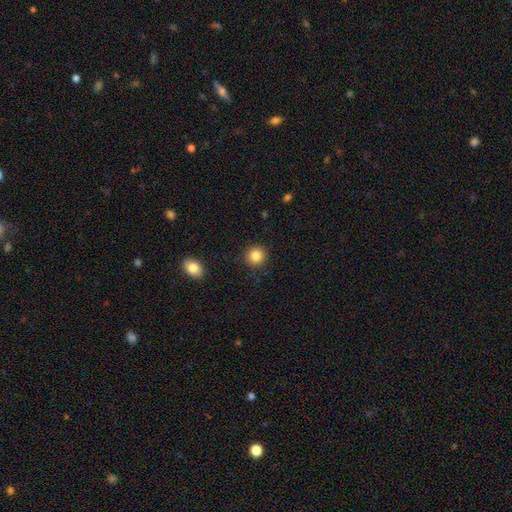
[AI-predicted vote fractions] Morphology: type=smooth (85%); roundness=round (91%); merging=none (90%).